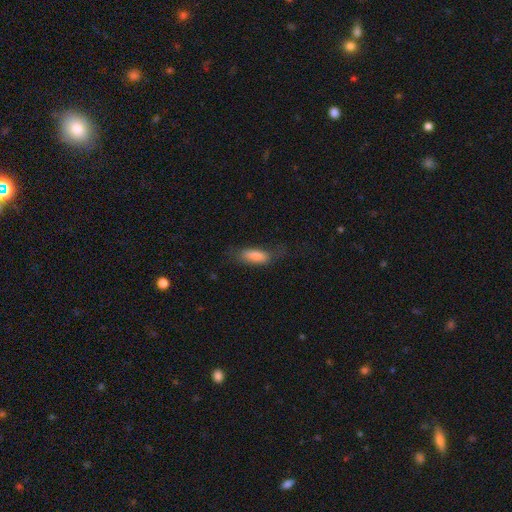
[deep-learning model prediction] Smooth or featured? smooth (77%)
How rounded? in between (65%)
Merging? none (56%)